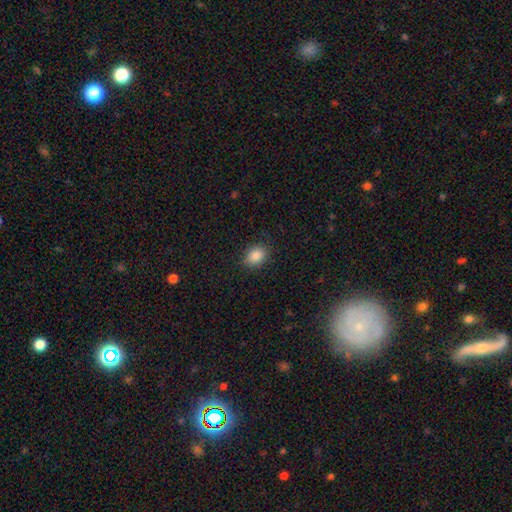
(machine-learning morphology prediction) Smooth or featured?
  - smooth: 87% *
  - star or artifact: 9%
  - featured or disk: 5%
How rounded?
  - in between: 63% *
  - round: 36%
  - cigar-shaped: 1%
Merging?
  - none: 85% *
  - minor disturbance: 11%
  - major disturbance: 3%
  - merger: 1%